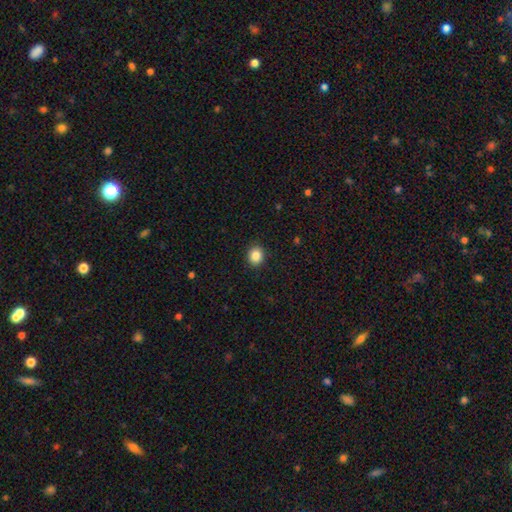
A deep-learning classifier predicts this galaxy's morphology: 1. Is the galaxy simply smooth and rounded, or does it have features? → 86% smooth, 9% star or artifact, 4% featured or disk.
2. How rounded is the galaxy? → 67% round, 32% in between, 1% cigar-shaped.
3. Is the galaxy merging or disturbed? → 90% none, 7% minor disturbance, 2% major disturbance, 1% merger.